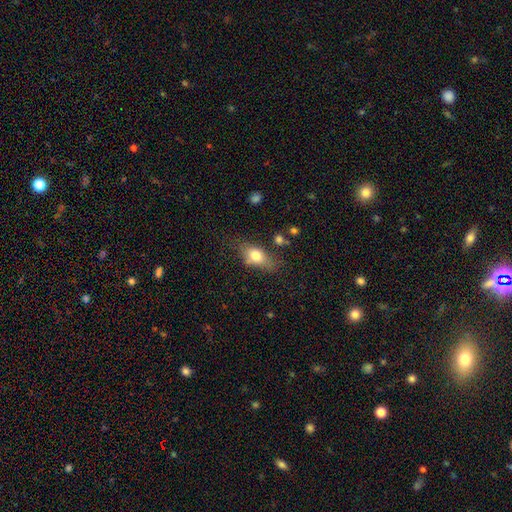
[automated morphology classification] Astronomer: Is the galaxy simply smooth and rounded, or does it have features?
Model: smooth — 74%.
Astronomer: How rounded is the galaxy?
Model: in between — 80%.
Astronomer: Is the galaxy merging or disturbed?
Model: none — 57%.